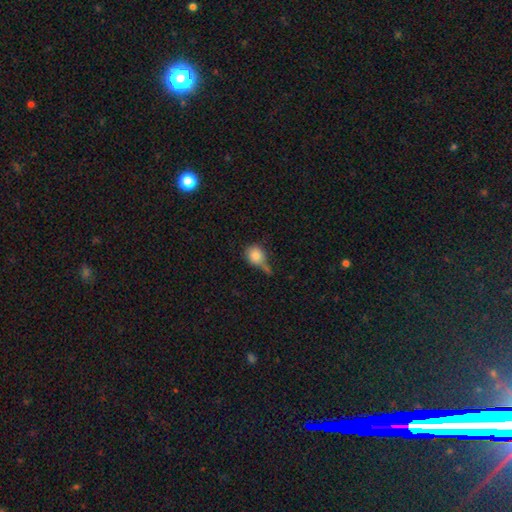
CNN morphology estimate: Q: Smooth or featured?
A: smooth (80%); runner-up: featured or disk (10%)
Q: How rounded?
A: round (73%); runner-up: in between (25%)
Q: Merging?
A: none (34%); runner-up: minor disturbance (30%)